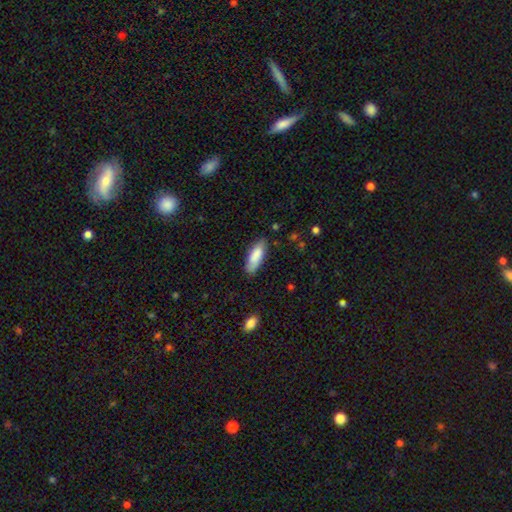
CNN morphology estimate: A smooth galaxy with no disk features (84%) that is in between round and cigar-shaped (61%). Merging: none (78%).